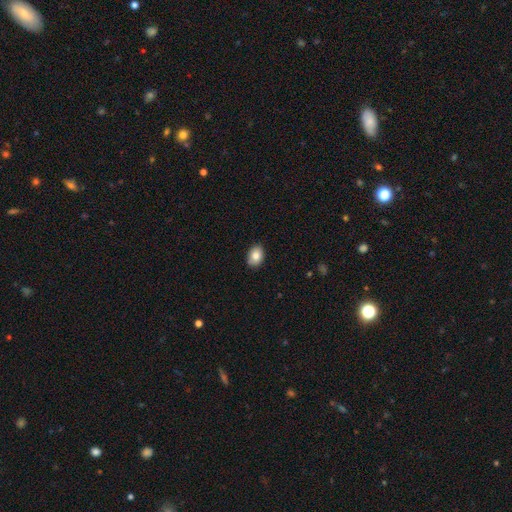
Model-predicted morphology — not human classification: type=smooth (84%); roundness=in between (77%); merging=none (86%).